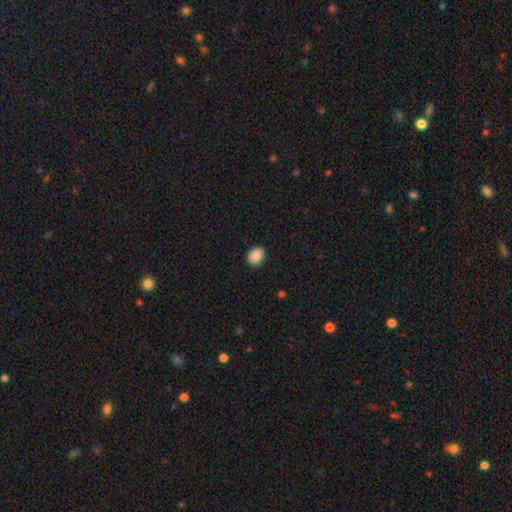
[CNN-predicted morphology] This is clearly a smooth galaxy (89%). How rounded: possibly in between (57%). Merging: clearly none (89%).